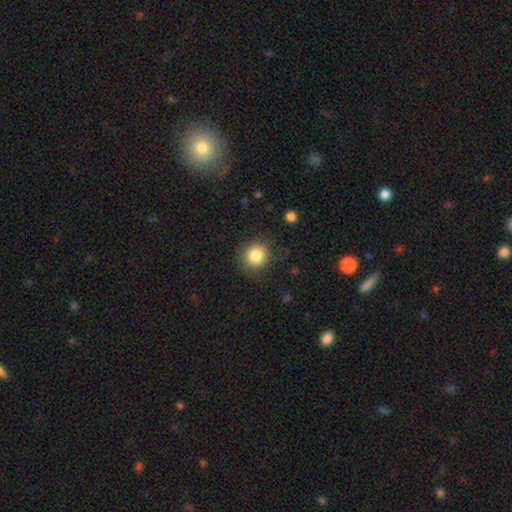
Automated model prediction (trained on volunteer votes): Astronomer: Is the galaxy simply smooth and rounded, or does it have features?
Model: smooth — 83%.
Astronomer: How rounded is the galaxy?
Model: round — 87%.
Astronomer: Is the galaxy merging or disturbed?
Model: none — 84%.